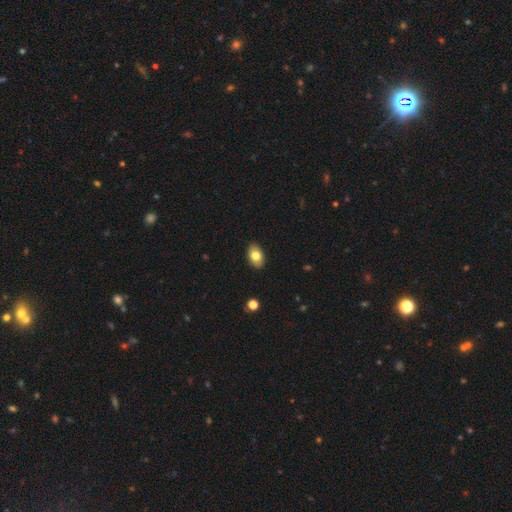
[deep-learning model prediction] Smooth or featured: smooth — 78% (featured or disk — 15%)
How rounded: in between — 89% (round — 10%)
Merging: none — 89% (minor disturbance — 8%)